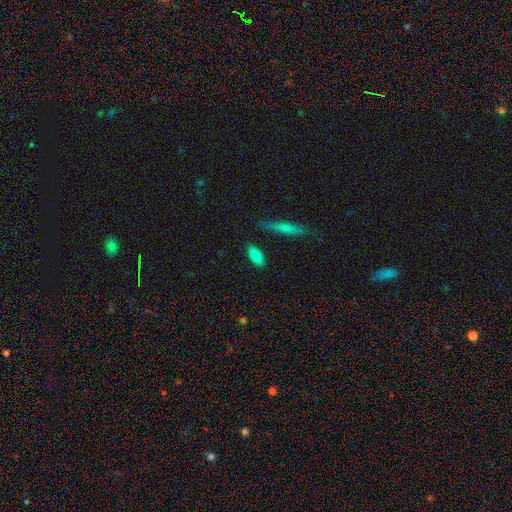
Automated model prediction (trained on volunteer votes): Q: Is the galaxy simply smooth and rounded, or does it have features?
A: smooth — 81%.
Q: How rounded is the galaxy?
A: in between — 84%.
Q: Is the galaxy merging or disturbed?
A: none — 84%.